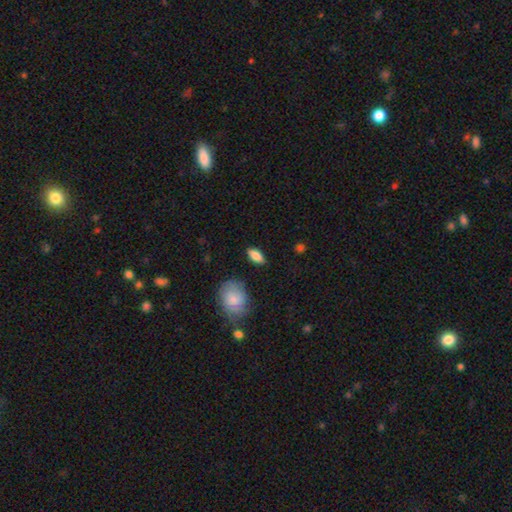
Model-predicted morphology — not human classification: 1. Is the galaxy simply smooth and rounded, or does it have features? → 81% smooth, 12% featured or disk, 7% star or artifact.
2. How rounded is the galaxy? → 83% in between, 13% cigar-shaped, 4% round.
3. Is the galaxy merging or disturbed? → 86% none, 10% minor disturbance, 2% major disturbance, 2% merger.